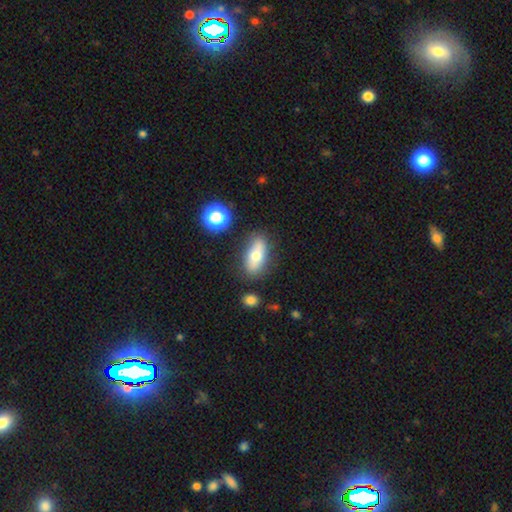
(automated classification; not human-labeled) Smooth or featured? smooth (61%)
How rounded? in between (74%)
Merging? none (78%)